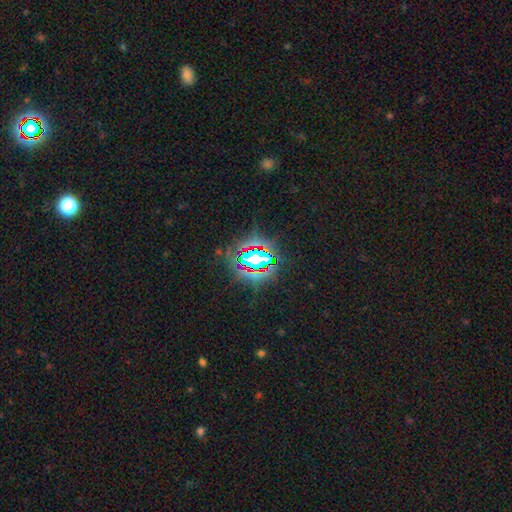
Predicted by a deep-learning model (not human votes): smooth-or-featured: star or artifact: 69% | smooth: 17% | featured or disk: 14%